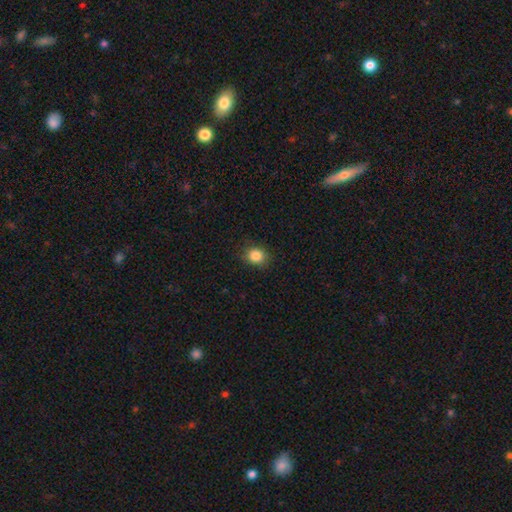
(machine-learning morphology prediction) This appears to be a smooth galaxy with no disk features (85%) that is round (75%). Merging: none (87%).